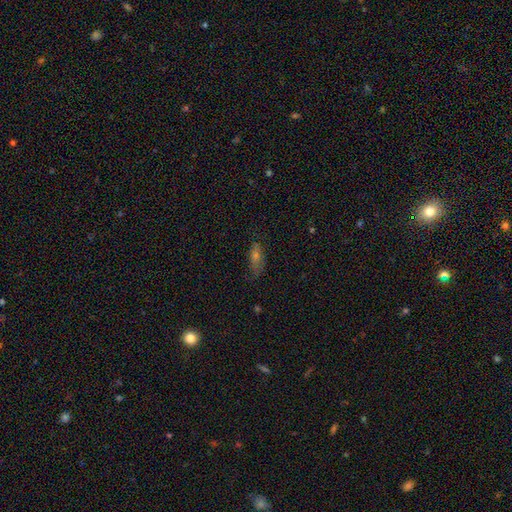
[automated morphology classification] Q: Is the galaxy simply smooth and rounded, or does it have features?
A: smooth — 46%.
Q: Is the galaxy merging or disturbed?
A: none — 70%.